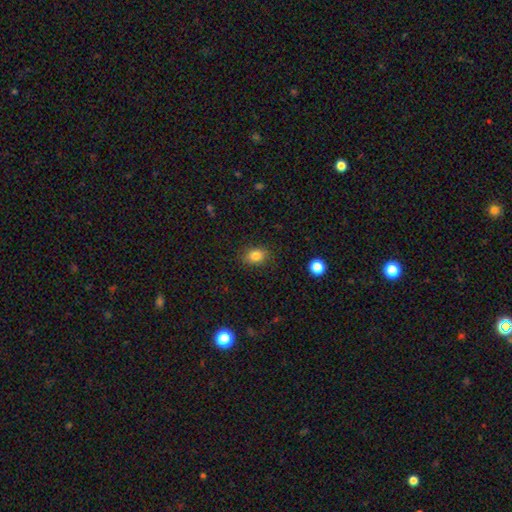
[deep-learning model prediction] This is clearly a smooth galaxy (83%). How rounded: likely in between (61%). Merging: clearly none (86%).